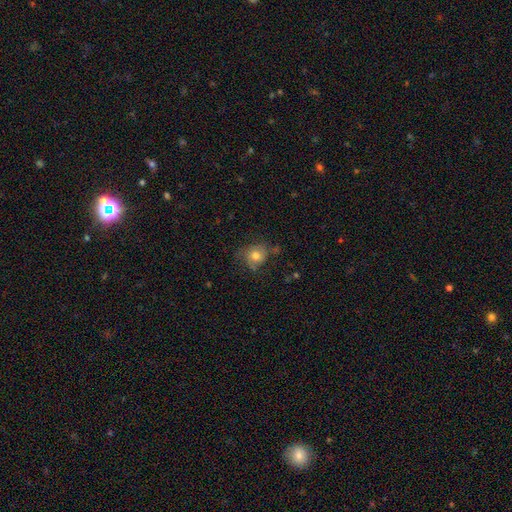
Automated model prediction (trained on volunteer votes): This appears to be a smooth galaxy with no disk features (62%) that is round (70%). Merging: none (55%).